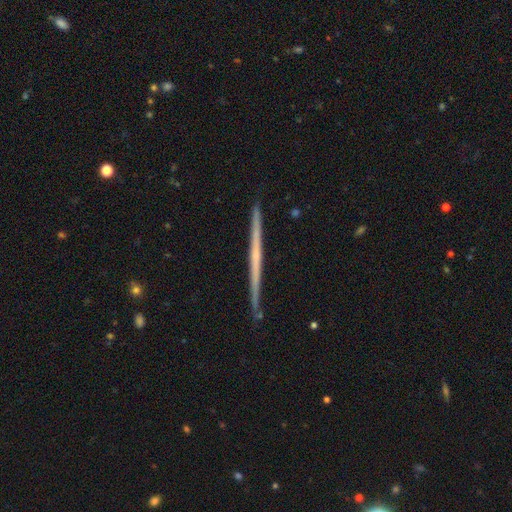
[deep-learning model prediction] This appears to be a featured or disk galaxy (70%) viewed edge-on (98%) with no central bulge (83%). Merging: none (91%).